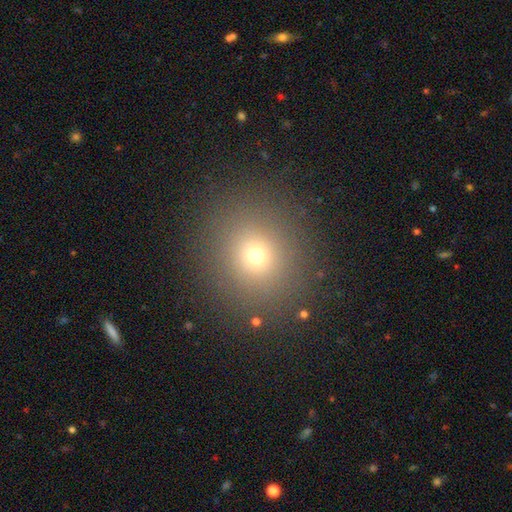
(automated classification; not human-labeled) Smooth or featured: smooth — 68% (star or artifact — 22%)
How rounded: round — 87% (in between — 12%)
Merging: none — 88% (minor disturbance — 7%)